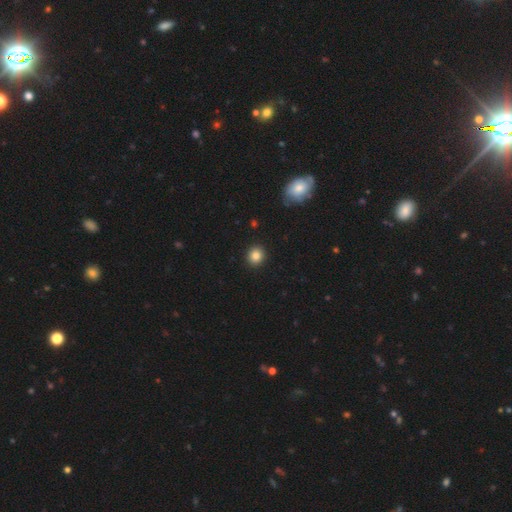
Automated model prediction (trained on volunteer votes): Overall: smooth (84%). How rounded: round (87%). Merging: none (92%).